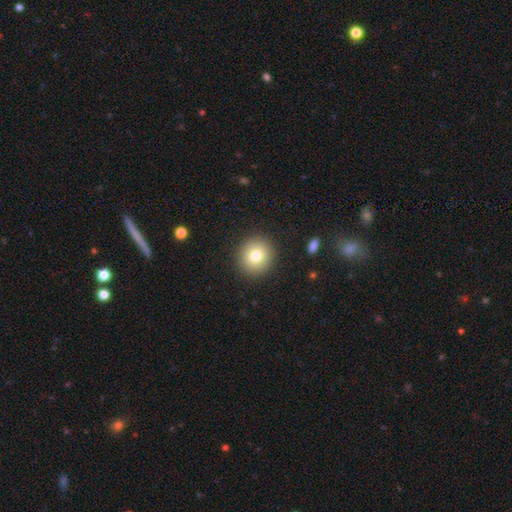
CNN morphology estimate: Smooth or featured? Predicted: smooth (p=0.79). How rounded? Predicted: round (p=0.91). Merging? Predicted: none (p=0.91).